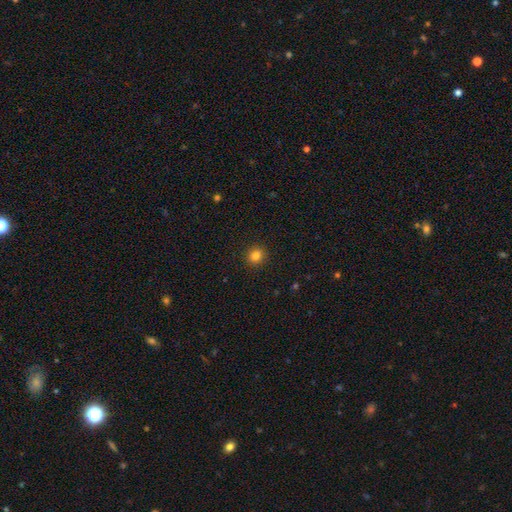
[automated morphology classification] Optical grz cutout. It shows a smooth galaxy with no disk features (83%) that is round (87%). Merging: none (92%).